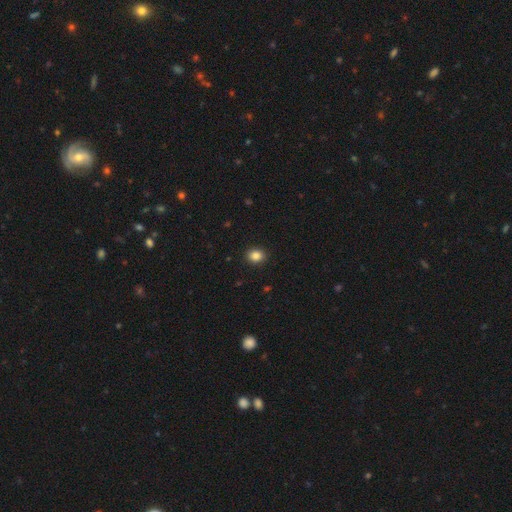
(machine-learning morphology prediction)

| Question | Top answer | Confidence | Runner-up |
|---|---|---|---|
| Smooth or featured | smooth | 86% | star or artifact (10%) |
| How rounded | round | 52% | in between (47%) |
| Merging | none | 91% | minor disturbance (6%) |